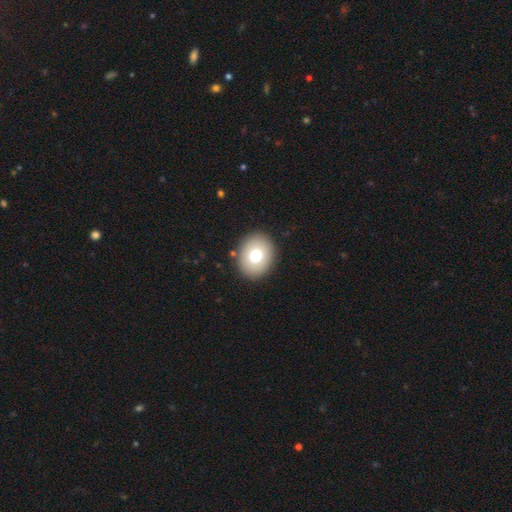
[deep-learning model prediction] Smooth or featured?
  - smooth: 74% *
  - featured or disk: 16%
  - star or artifact: 10%
How rounded?
  - round: 51% *
  - in between: 48%
  - cigar-shaped: 1%
Merging?
  - none: 89% *
  - minor disturbance: 7%
  - major disturbance: 2%
  - merger: 1%